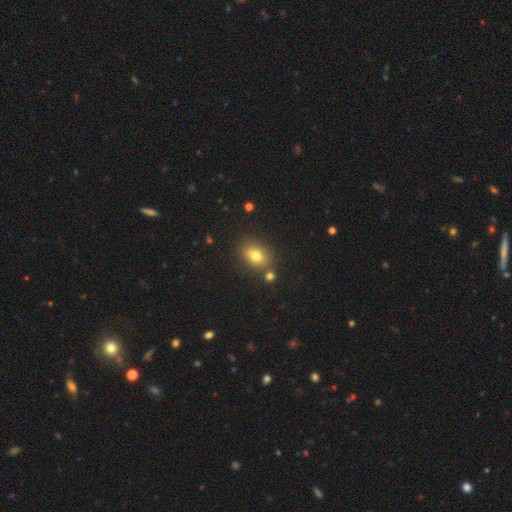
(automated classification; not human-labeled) This appears to be a smooth galaxy with no disk features (74%) that is in between round and cigar-shaped (65%). Merging: none (74%).